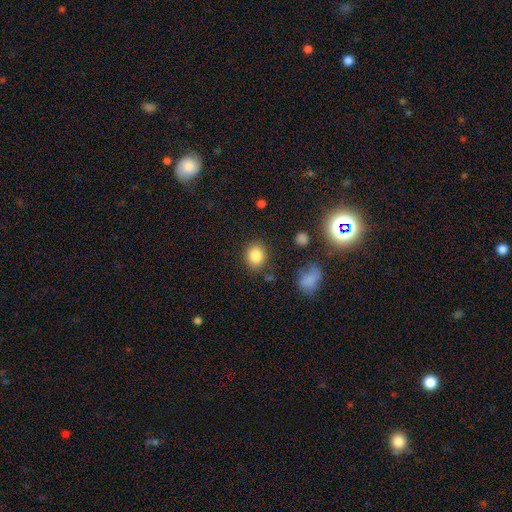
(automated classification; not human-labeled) smooth_or_featured: smooth (p=0.85) [alt: star or artifact p=0.10]
how_rounded: round (p=0.62) [alt: in between p=0.36]
merging: none (p=0.82) [alt: minor disturbance p=0.11]